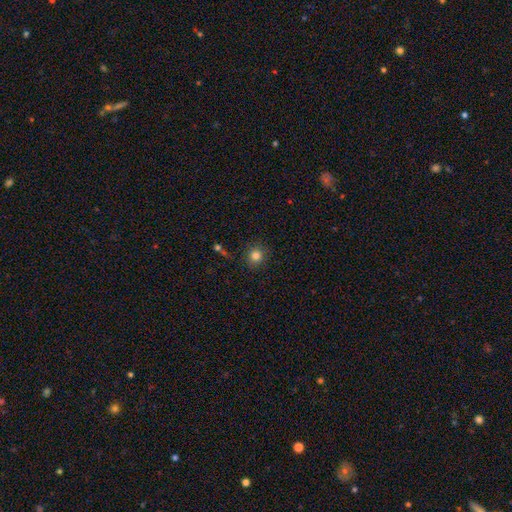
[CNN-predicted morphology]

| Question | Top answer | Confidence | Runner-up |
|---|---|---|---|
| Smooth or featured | smooth | 82% | star or artifact (13%) |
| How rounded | round | 89% | in between (10%) |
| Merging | none | 88% | minor disturbance (8%) |